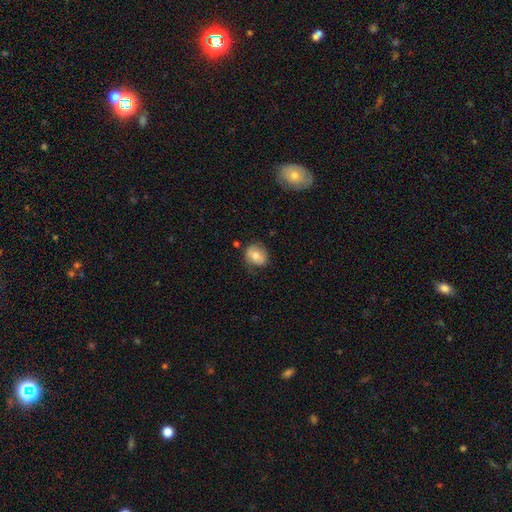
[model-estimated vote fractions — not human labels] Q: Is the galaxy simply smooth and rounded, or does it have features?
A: smooth — 73%.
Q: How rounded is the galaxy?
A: round — 57%.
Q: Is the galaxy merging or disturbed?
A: none — 66%.